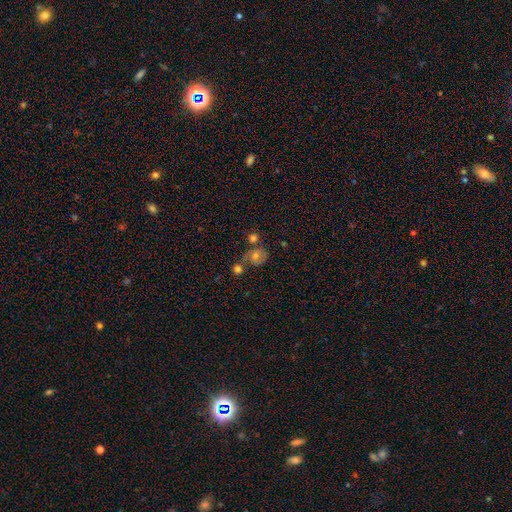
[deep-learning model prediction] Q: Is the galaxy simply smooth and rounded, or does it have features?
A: featured or disk — 49%.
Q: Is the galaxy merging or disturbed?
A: none — 54%.